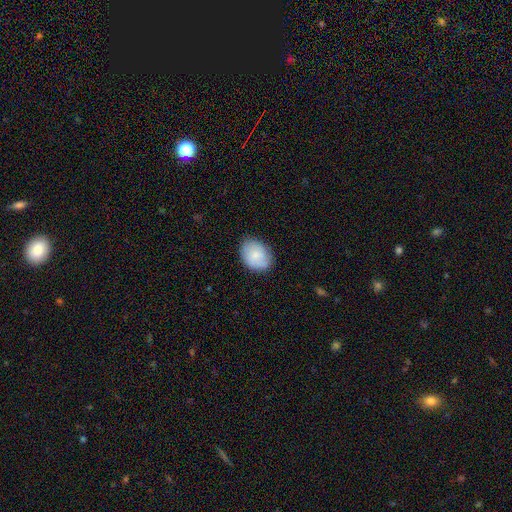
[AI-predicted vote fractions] Smooth or featured? Predicted: smooth (p=0.77). How rounded? Predicted: in between (p=0.58). Merging? Predicted: none (p=0.81).